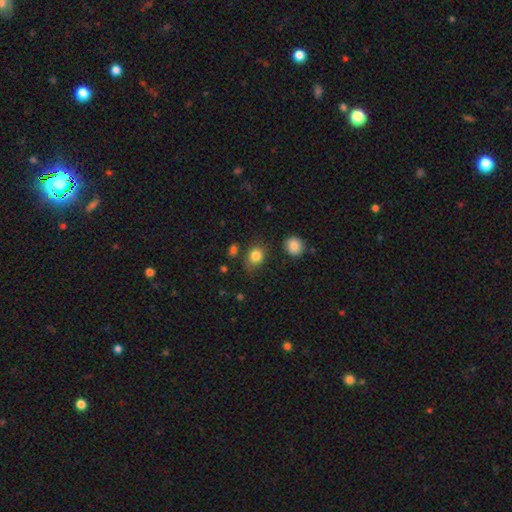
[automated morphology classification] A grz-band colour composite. It shows a smooth galaxy with no disk features (83%) that is round (55%). Merging: none (71%).